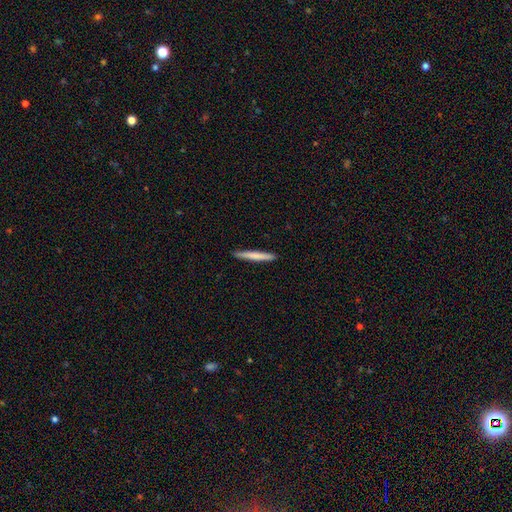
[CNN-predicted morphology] A smooth galaxy with no disk features (72%) that is cigar-shaped (96%).

Vote fractions:
- Smooth or featured? smooth: 72% / featured or disk: 23% / star or artifact: 5%
- How rounded? cigar-shaped: 96% / in between: 3% / round: 1%
- Merging? none: 92% / minor disturbance: 6% / major disturbance: 1% / merger: 1%